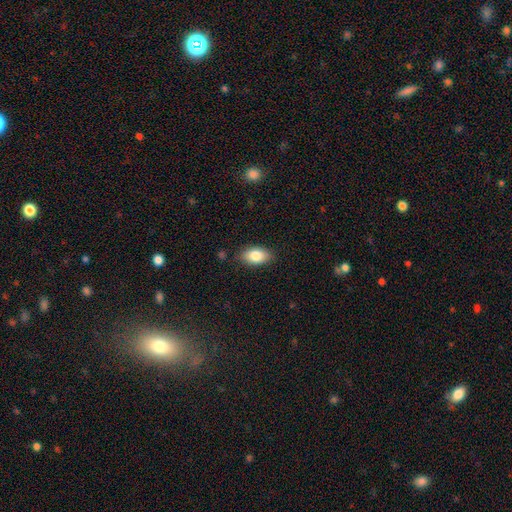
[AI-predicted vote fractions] This is clearly a smooth galaxy (82%). How rounded: clearly in between (91%). Merging: clearly none (84%).